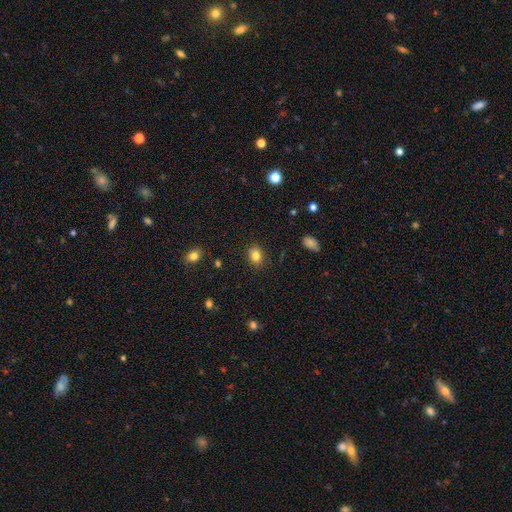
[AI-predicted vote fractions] This is clearly a smooth galaxy (82%). How rounded: possibly in between (53%). Merging: clearly none (85%).